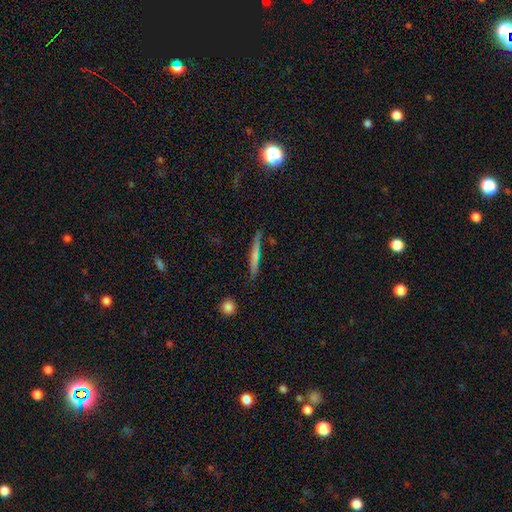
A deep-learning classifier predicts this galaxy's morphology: Smooth or featured? Predicted: smooth (p=0.55). How rounded? Predicted: cigar-shaped (p=0.95). Merging? Predicted: none (p=0.83).